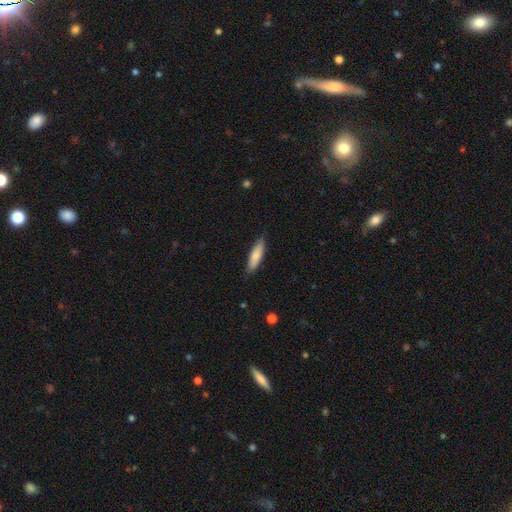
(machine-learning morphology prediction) Smooth or featured: smooth — 82% (featured or disk — 13%)
How rounded: cigar-shaped — 65% (in between — 34%)
Merging: none — 86% (minor disturbance — 11%)